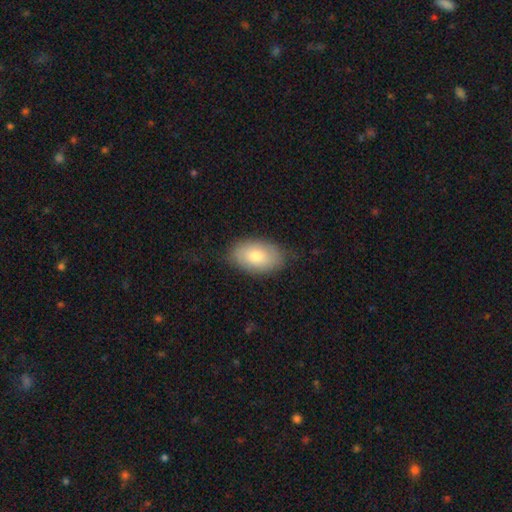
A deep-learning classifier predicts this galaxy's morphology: Smooth or featured: smooth — 73% (featured or disk — 21%)
How rounded: in between — 90% (round — 9%)
Merging: none — 79% (minor disturbance — 17%)